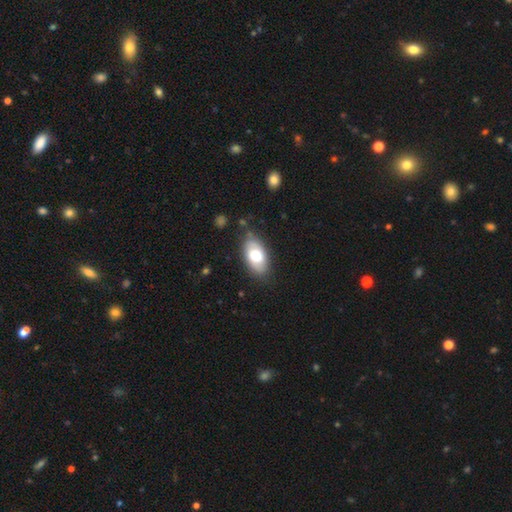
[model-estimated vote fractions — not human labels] Overall: smooth (67%; featured or disk 27%). How rounded: in between (93%). Merging: none (79%).